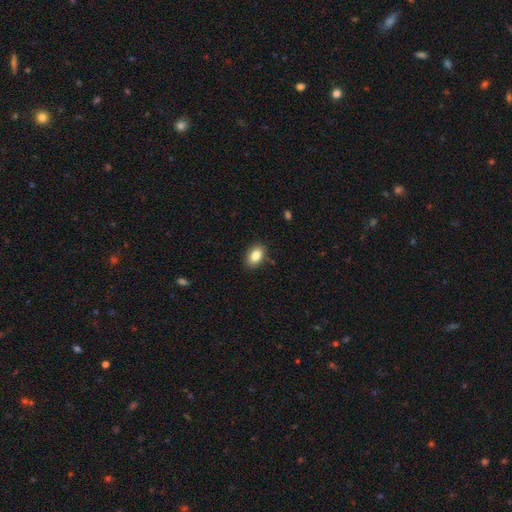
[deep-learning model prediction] Morphology: type=smooth (84%); roundness=in between (85%); merging=none (87%).